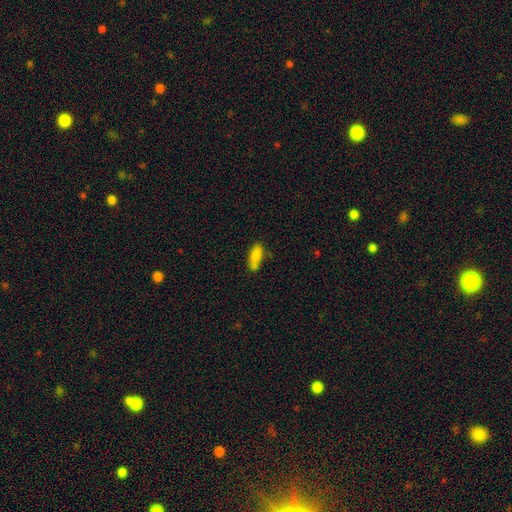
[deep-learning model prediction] This is likely a smooth galaxy (80%). How rounded: likely in between (70%). Merging: possibly none (58%).